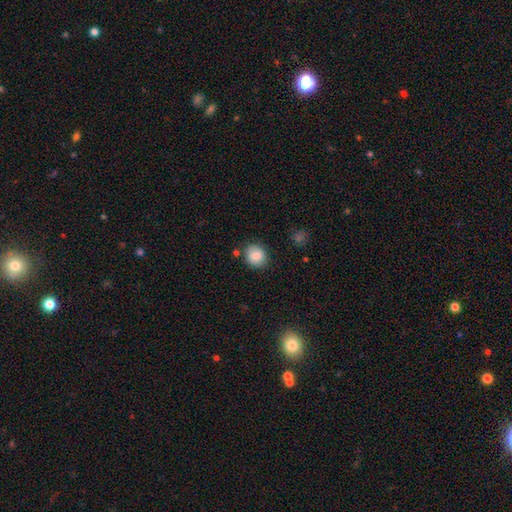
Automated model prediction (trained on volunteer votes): Smooth or featured? Predicted: smooth (p=0.87). How rounded? Predicted: round (p=0.77). Merging? Predicted: none (p=0.82).